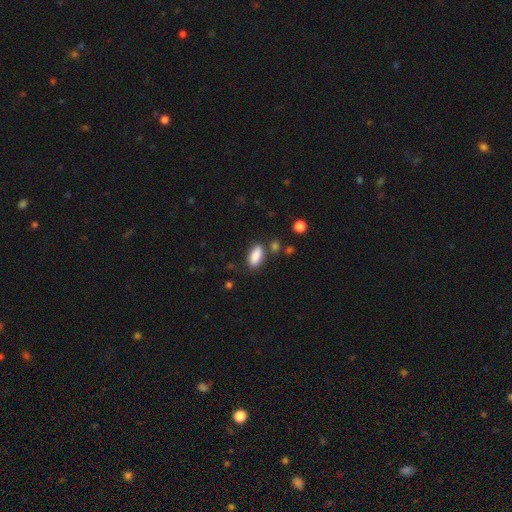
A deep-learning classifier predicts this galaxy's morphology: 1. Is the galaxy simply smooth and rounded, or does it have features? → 89% smooth, 7% star or artifact, 4% featured or disk.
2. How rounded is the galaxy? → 89% in between, 8% cigar-shaped, 3% round.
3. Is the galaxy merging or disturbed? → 79% none, 13% minor disturbance, 5% merger, 3% major disturbance.